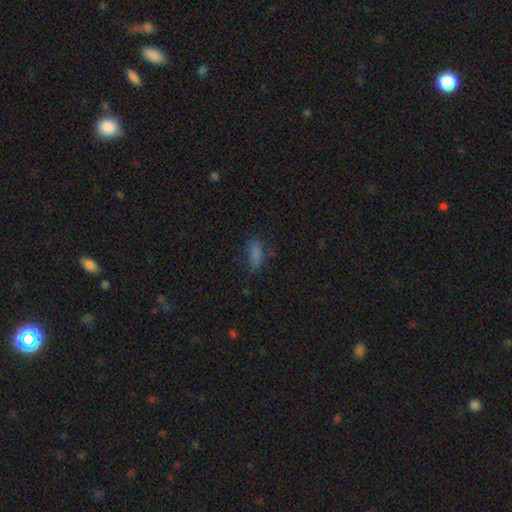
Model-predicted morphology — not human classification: Smooth or featured? Predicted: smooth (p=0.73). How rounded? Predicted: in between (p=0.64). Merging? Predicted: none (p=0.65).